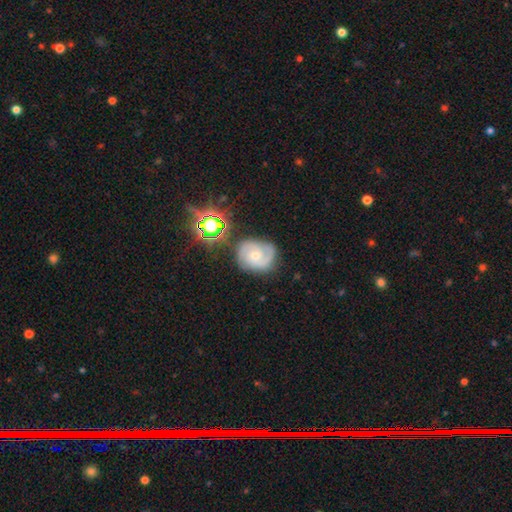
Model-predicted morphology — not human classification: Overall: featured or disk (77%). Edge-on disk: no (98%). Bar: no (67%; weak 29%). Spiral arms: yes (95%). Spiral arm count: 2 (70%). Spiral winding: tight (48%; medium 41%). Bulge size: small (50%; moderate 46%). Merging: none (72%).